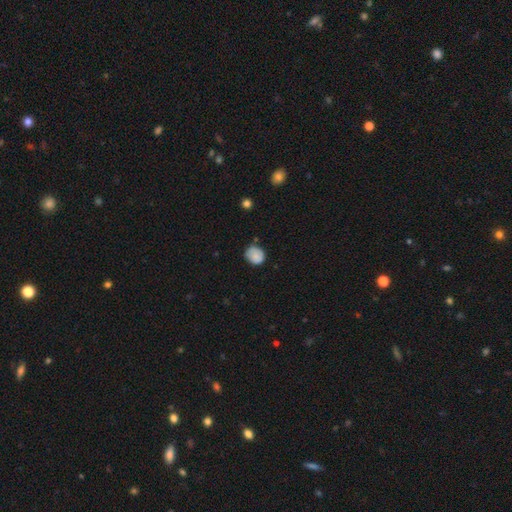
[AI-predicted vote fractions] Smooth or featured?
  - smooth: 79% *
  - featured or disk: 12%
  - star or artifact: 8%
How rounded?
  - round: 67% *
  - in between: 33%
  - cigar-shaped: 1%
Merging?
  - none: 61% *
  - minor disturbance: 30%
  - major disturbance: 6%
  - merger: 3%